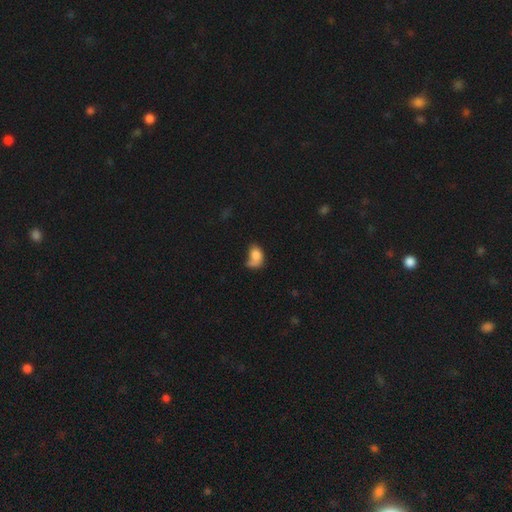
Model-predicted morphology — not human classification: Smooth or featured? Predicted: smooth (p=0.75). How rounded? Predicted: in between (p=0.78). Merging? Predicted: none (p=0.28, tied with major disturbance).